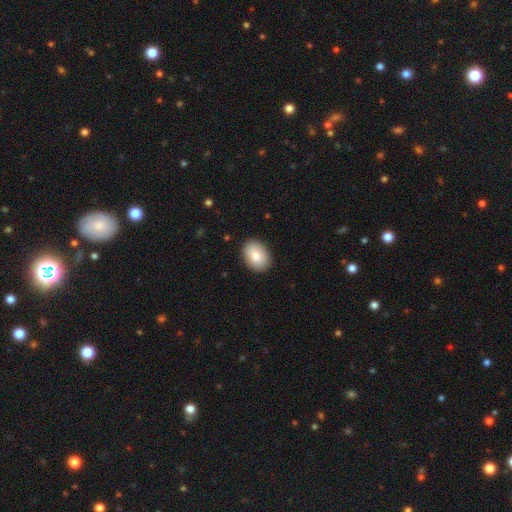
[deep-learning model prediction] Morphology: type=smooth (82%); roundness=in between (76%); merging=none (90%).